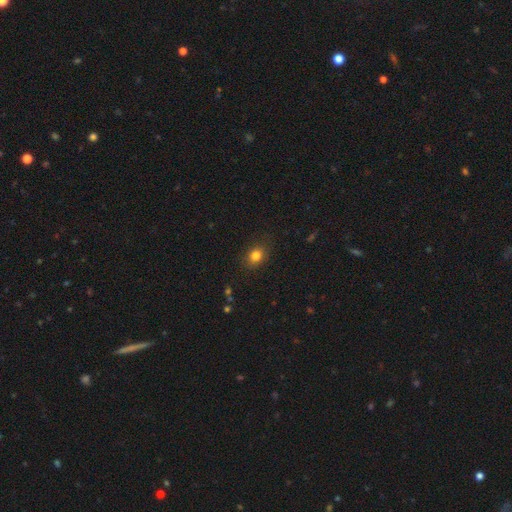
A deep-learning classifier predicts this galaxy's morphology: This is clearly a smooth galaxy (82%). How rounded: possibly in between (55%). Merging: clearly none (85%).